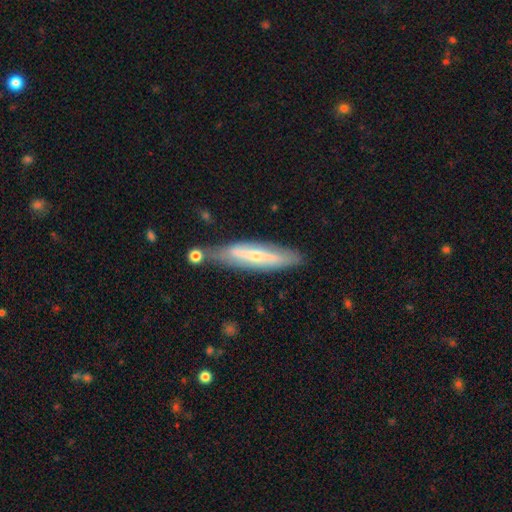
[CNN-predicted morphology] Overall: featured or disk (63%; smooth 31%). Edge-on disk: yes (57%; no 43%). Merging: none (69%).